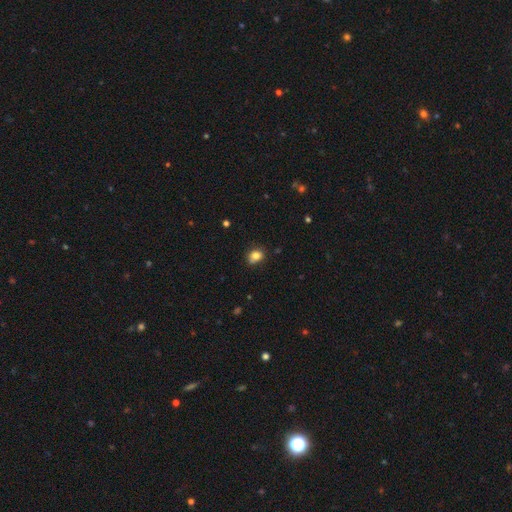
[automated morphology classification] Smooth or featured: smooth — 80% (star or artifact — 12%)
How rounded: round — 54% (in between — 45%)
Merging: none — 65% (minor disturbance — 24%)